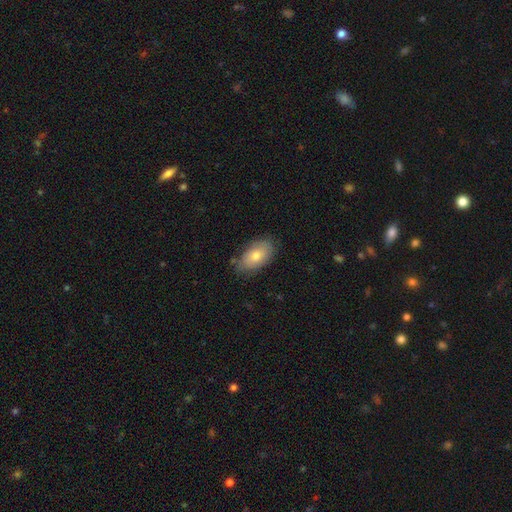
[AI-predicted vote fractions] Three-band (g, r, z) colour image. It shows a smooth galaxy with no disk features (69%) that is in between round and cigar-shaped (93%). Merging: none (78%).